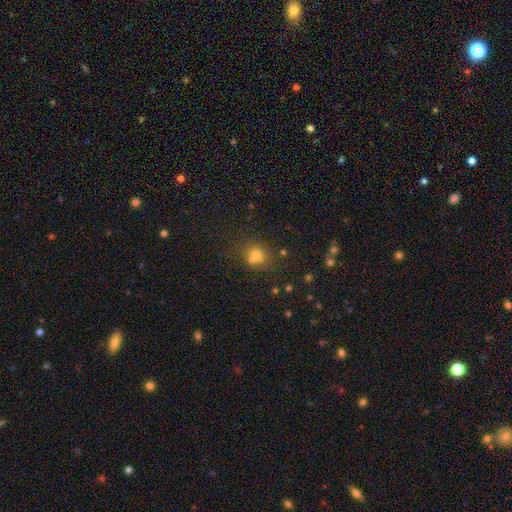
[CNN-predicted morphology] This appears to be a smooth galaxy with no disk features (67%) that is round (73%). Merging: none (51%).